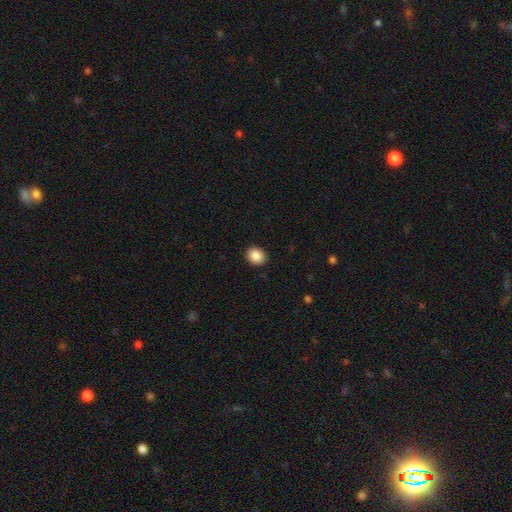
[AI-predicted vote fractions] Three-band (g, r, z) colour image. It shows a smooth galaxy with no disk features (87%) that is round (64%). Merging: none (92%).